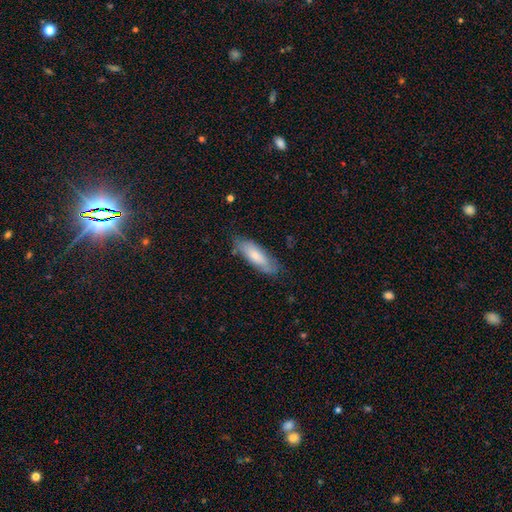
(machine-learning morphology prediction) smooth-or-featured: smooth: 70% | featured or disk: 24% | star or artifact: 6%
  how-rounded: in between: 56% | cigar-shaped: 42% | round: 2%
  merging: none: 73% | minor disturbance: 21% | major disturbance: 4% | merger: 2%